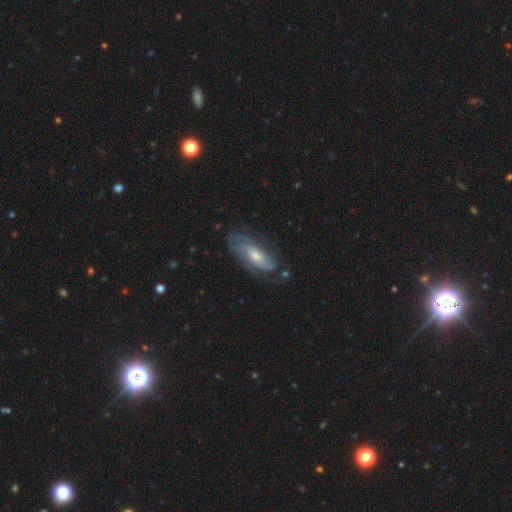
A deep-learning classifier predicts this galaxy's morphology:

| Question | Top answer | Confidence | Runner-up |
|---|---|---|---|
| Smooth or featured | featured or disk | 67% | smooth (25%) |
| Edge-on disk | no | 87% | yes (13%) |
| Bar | no | 69% | weak (26%) |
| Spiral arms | yes | 85% | no (15%) |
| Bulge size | moderate | 53% | small (38%) |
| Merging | none | 66% | minor disturbance (22%) |